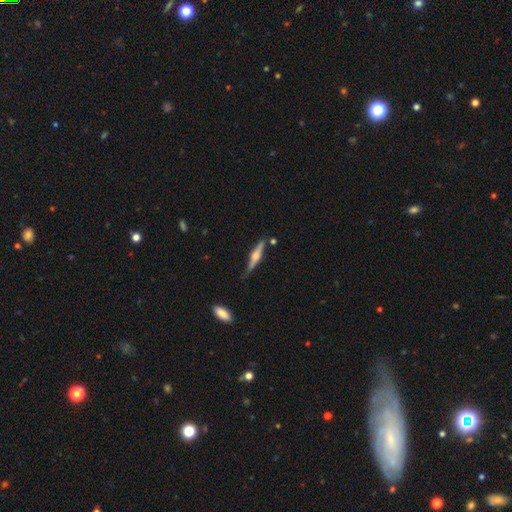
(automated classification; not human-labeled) This is likely a featured or disk galaxy (67%). It is clearly viewed edge-on (97%). Edge-on bulge: clearly rounded (88%). Merging: likely none (76%).